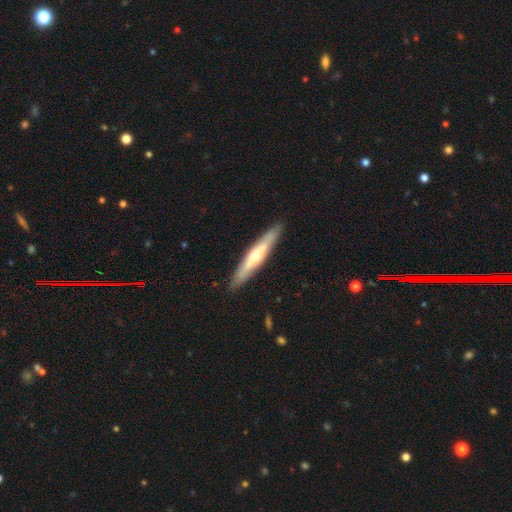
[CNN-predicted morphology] type=featured or disk (59%); edge-on=yes (87%); edge-on bulge=rounded (84%); merging=none (89%).